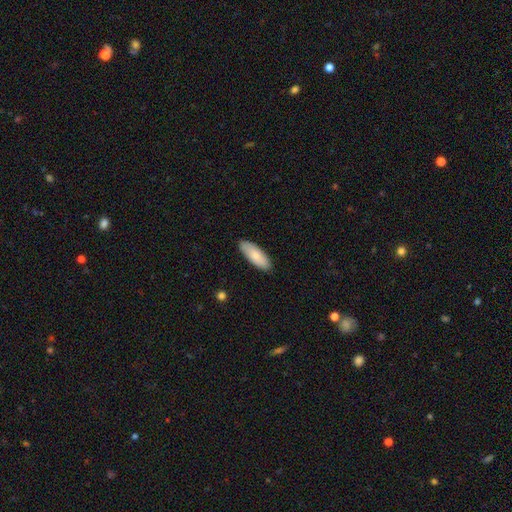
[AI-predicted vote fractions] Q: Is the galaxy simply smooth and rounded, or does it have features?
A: smooth — 80%.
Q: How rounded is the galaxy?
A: in between — 75%.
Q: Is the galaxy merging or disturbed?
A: none — 87%.